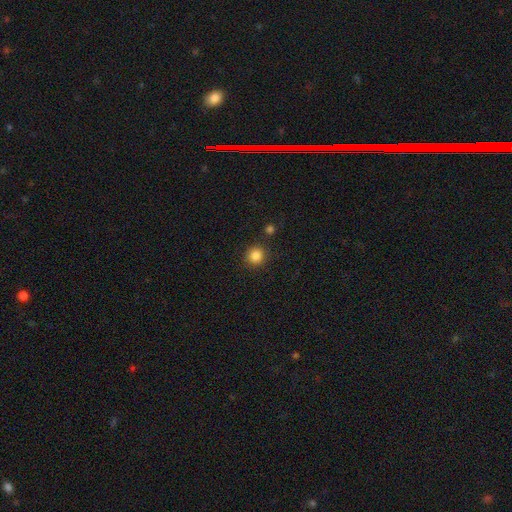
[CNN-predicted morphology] A smooth galaxy with no disk features (84%) that is round (92%). Merging: none (87%).